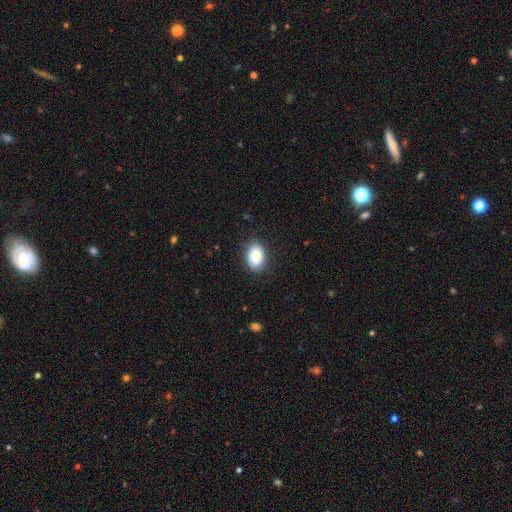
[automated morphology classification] This appears to be a smooth galaxy with no disk features (76%) that is in between round and cigar-shaped (80%). Merging: none (81%).